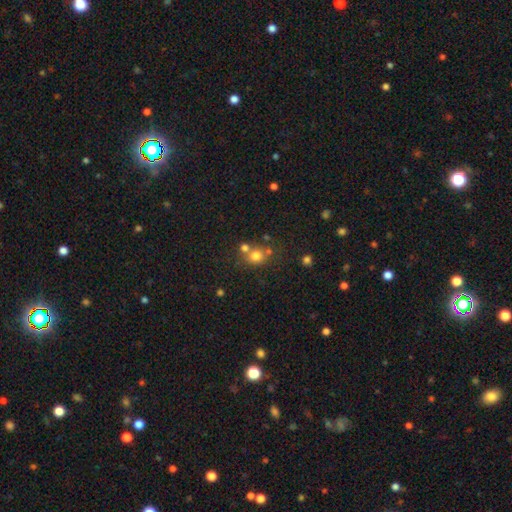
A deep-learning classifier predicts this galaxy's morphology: Smooth or featured? Predicted: smooth (p=0.74). How rounded? Predicted: round (p=0.78). Merging? Predicted: none (p=0.54).